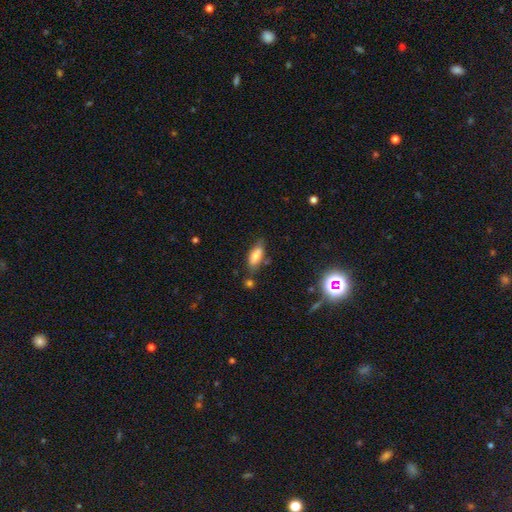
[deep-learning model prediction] A smooth galaxy with no disk features (76%) that is in between round and cigar-shaped (77%).

Vote fractions:
- Smooth or featured? smooth: 76% / featured or disk: 16% / star or artifact: 9%
- How rounded? in between: 77% / cigar-shaped: 21% / round: 2%
- Merging? none: 66% / minor disturbance: 21% / merger: 8% / major disturbance: 5%